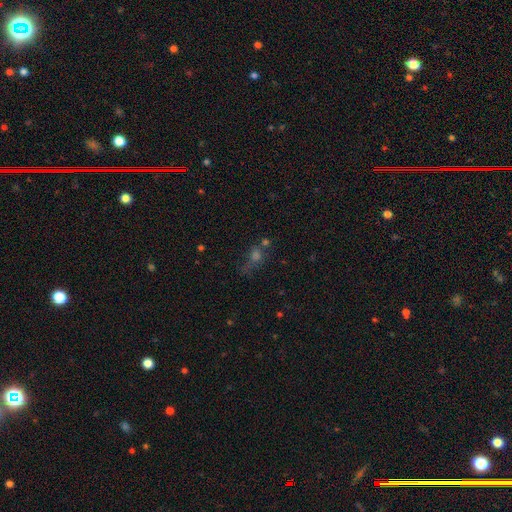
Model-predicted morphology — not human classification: smooth_or_featured: smooth (p=0.44) [alt: star or artifact p=0.37]
merging: none (p=0.48) [alt: merger p=0.18]